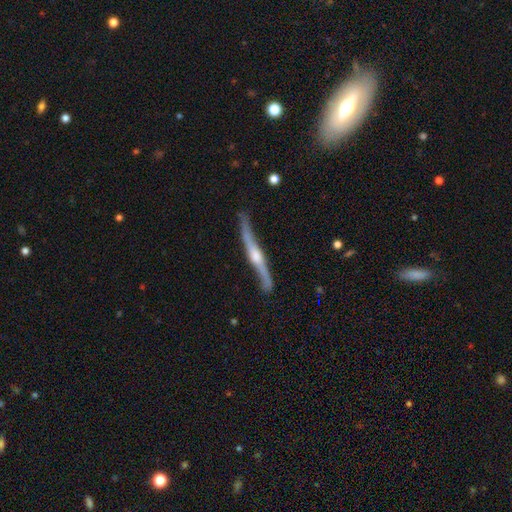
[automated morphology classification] type=featured or disk (83%); edge-on=yes (88%); edge-on bulge=rounded (83%); merging=none (75%).